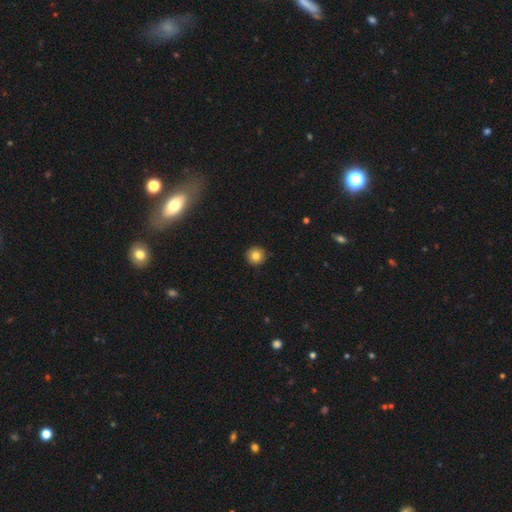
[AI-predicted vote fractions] Smooth or featured?
  - smooth: 82% *
  - star or artifact: 10%
  - featured or disk: 8%
How rounded?
  - round: 95% *
  - in between: 4%
  - cigar-shaped: 1%
Merging?
  - none: 92% *
  - minor disturbance: 6%
  - major disturbance: 1%
  - merger: 1%